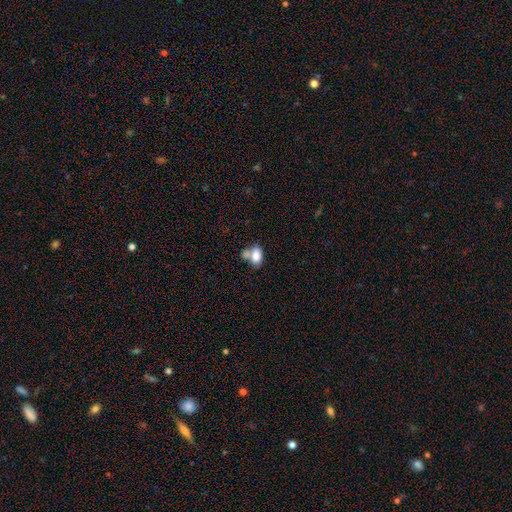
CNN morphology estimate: This appears to be a smooth galaxy with no disk features (80%) that is in between round and cigar-shaped (87%). Merging: merger (49%).